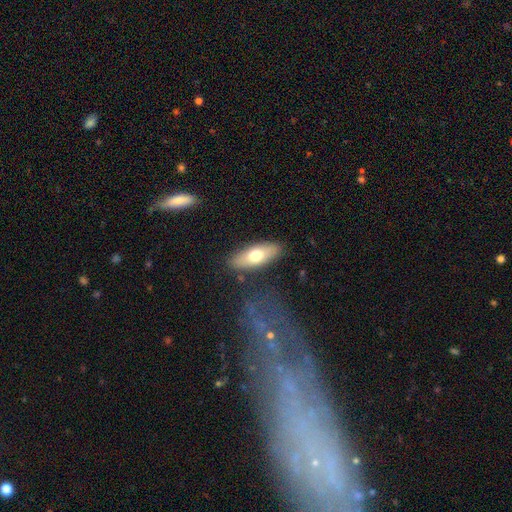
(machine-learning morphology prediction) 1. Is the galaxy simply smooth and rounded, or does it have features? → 65% smooth, 29% featured or disk, 6% star or artifact.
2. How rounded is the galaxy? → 72% in between, 25% cigar-shaped, 3% round.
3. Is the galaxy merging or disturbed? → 86% none, 10% minor disturbance, 3% major disturbance, 2% merger.